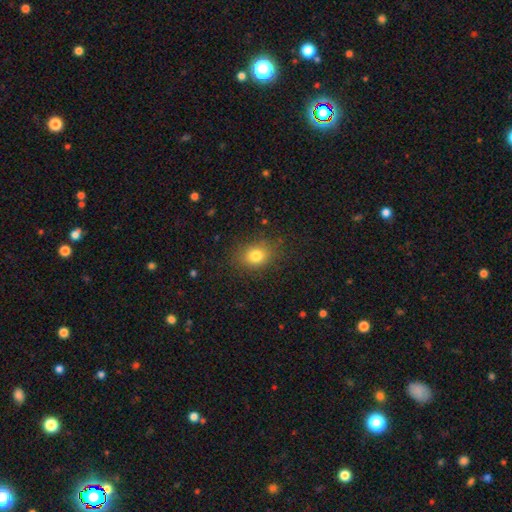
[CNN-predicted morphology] Smooth or featured?
  - smooth: 80% *
  - star or artifact: 12%
  - featured or disk: 8%
How rounded?
  - in between: 50% *
  - round: 49%
  - cigar-shaped: 1%
Merging?
  - none: 84% *
  - minor disturbance: 11%
  - major disturbance: 4%
  - merger: 1%